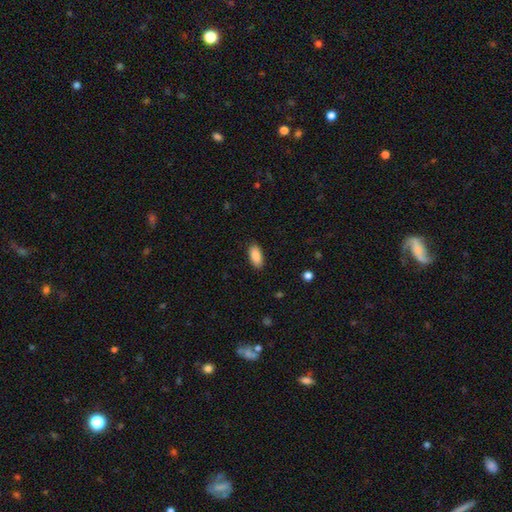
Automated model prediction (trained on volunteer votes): Morphology: type=smooth (88%); roundness=in between (90%); merging=none (87%).